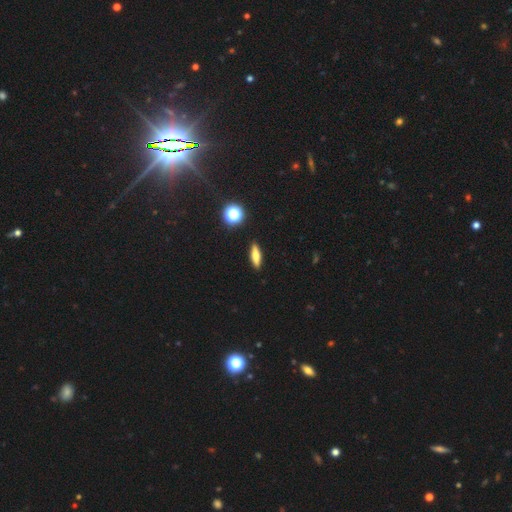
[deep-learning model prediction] The model was most divided on "how rounded": cigar-shaped: 63%, in between: 33%, round: 4%. More confident: merging — none (90%); smooth or featured — smooth (63%).